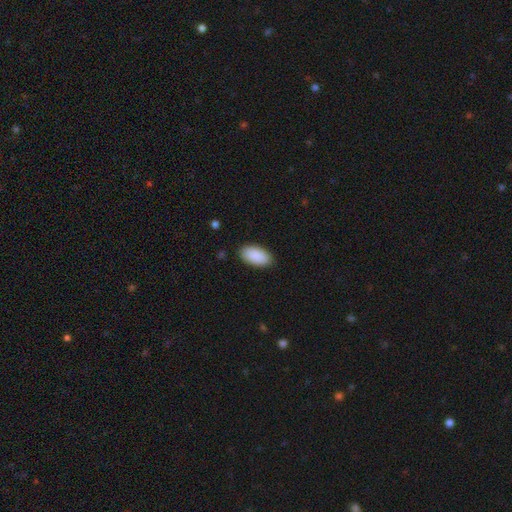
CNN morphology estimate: This appears to be a smooth galaxy with no disk features (91%) that is in between round and cigar-shaped (95%). Merging: none (88%).